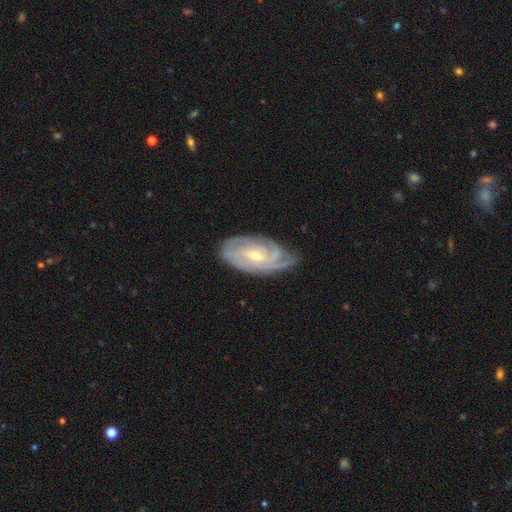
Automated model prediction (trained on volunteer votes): Smooth or featured: featured or disk — 88% (smooth — 7%)
Edge-on disk: no — 95% (yes — 5%)
Bar: weak — 43% (no — 42%)
Spiral arms: yes — 97% (no — 3%)
Spiral winding: tight — 71% (medium — 25%)
Spiral arm count: 3 — 29% (4 — 23%)
Bulge size: small — 60% (moderate — 38%)
Merging: none — 75% (minor disturbance — 19%)